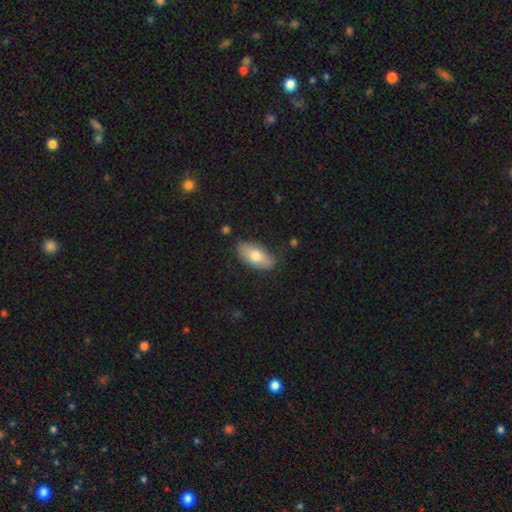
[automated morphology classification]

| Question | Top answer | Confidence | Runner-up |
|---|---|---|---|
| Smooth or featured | smooth | 75% | featured or disk (19%) |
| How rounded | in between | 89% | cigar-shaped (8%) |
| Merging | none | 81% | minor disturbance (15%) |